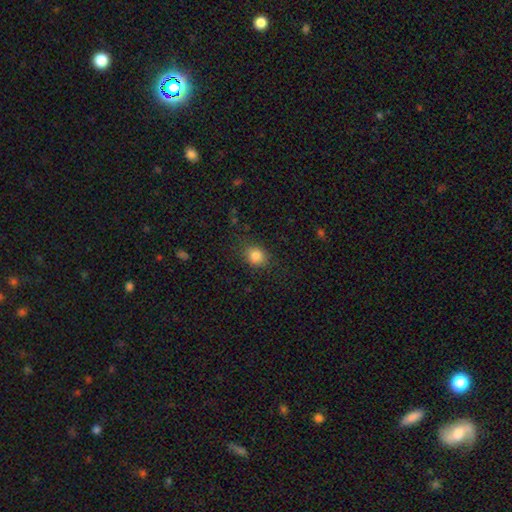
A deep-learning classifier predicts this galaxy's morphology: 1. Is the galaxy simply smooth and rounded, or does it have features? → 83% smooth, 11% star or artifact, 6% featured or disk.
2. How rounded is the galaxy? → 57% round, 42% in between, 1% cigar-shaped.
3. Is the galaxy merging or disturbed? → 81% none, 14% minor disturbance, 4% major disturbance, 1% merger.